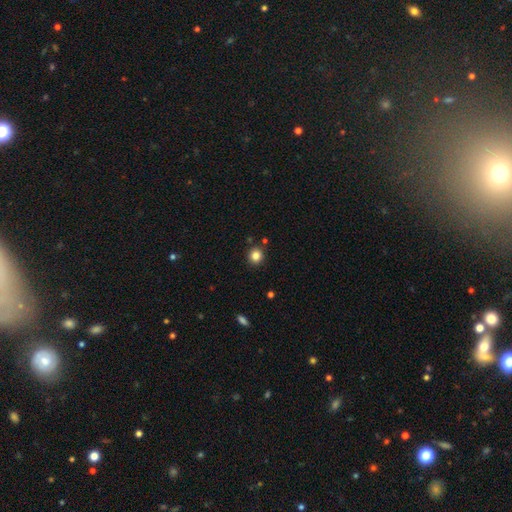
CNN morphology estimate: Smooth or featured: smooth — 84% (star or artifact — 11%)
How rounded: round — 91% (in between — 8%)
Merging: none — 89% (minor disturbance — 6%)